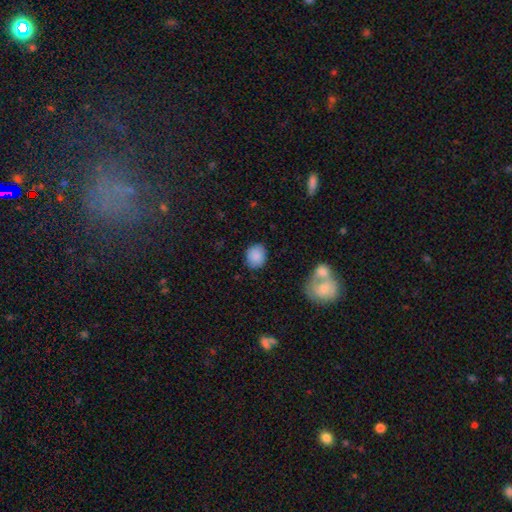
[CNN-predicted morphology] Smooth or featured: smooth — 88% (star or artifact — 7%)
How rounded: round — 56% (in between — 43%)
Merging: none — 82% (minor disturbance — 12%)